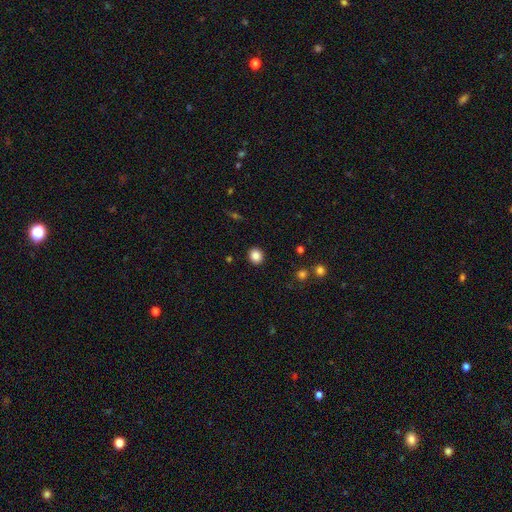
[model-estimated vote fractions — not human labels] This is clearly a smooth galaxy (86%). How rounded: clearly round (83%). Merging: clearly none (92%).